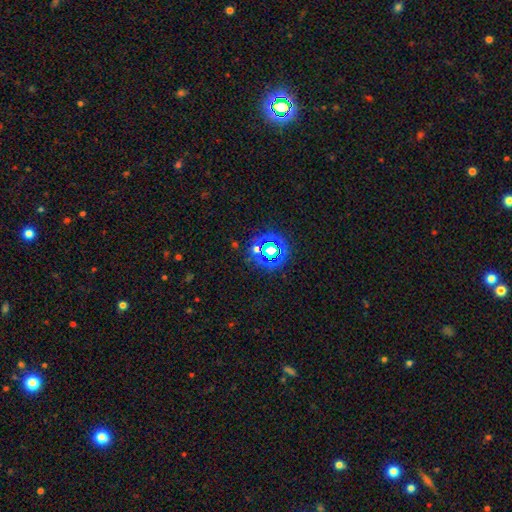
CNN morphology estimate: Overall: star or artifact (75%).